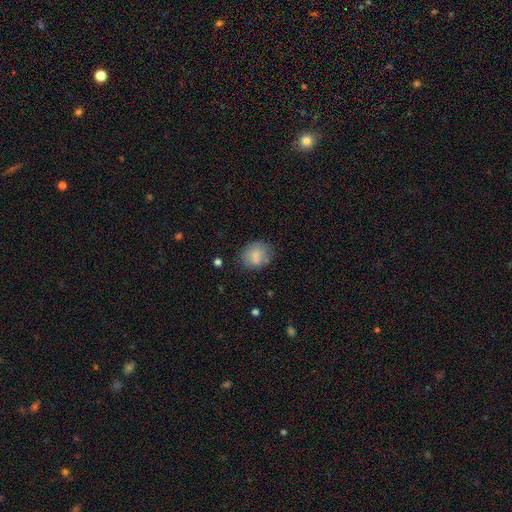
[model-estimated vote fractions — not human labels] Overall: smooth (79%). How rounded: round (53%; in between 46%). Merging: none (69%).